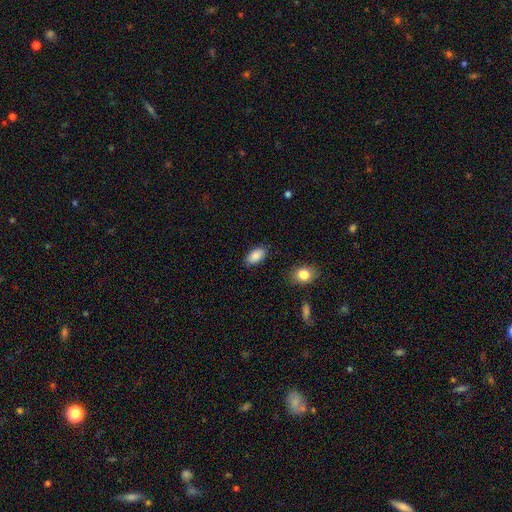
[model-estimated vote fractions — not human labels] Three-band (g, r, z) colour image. It shows a smooth galaxy with no disk features (88%) that is in between round and cigar-shaped (93%). Merging: none (84%).